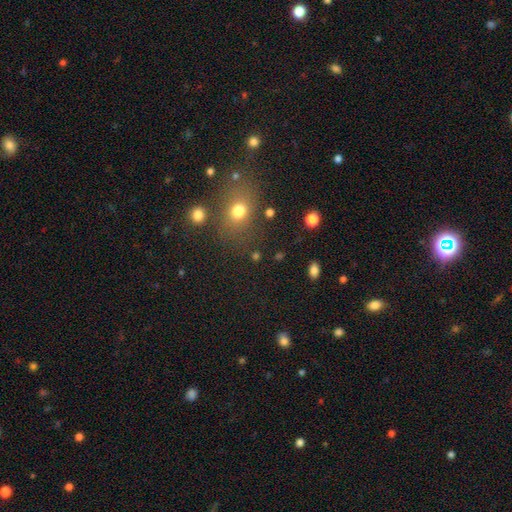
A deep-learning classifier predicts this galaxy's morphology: Smooth or featured: smooth — 64% (star or artifact — 27%)
How rounded: round — 60% (in between — 37%)
Merging: none — 75% (minor disturbance — 11%)